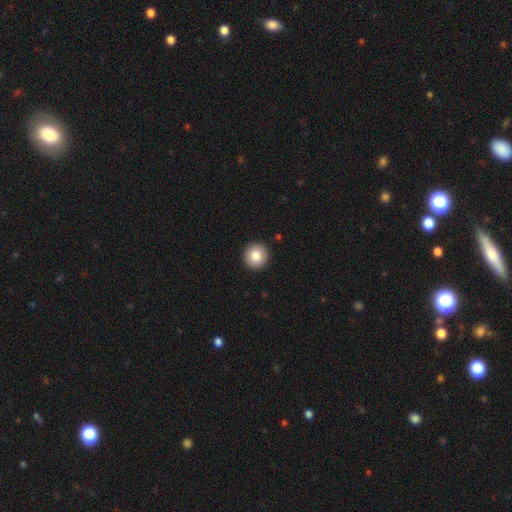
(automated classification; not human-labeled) Smooth or featured: smooth — 84% (star or artifact — 8%)
How rounded: round — 95% (in between — 4%)
Merging: none — 93% (minor disturbance — 5%)